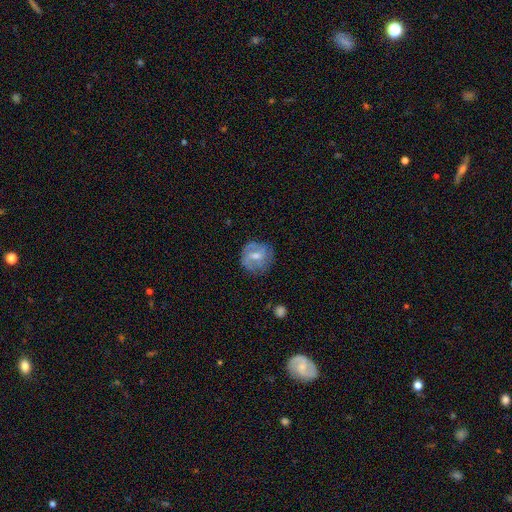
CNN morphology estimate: type=featured or disk (64%); edge-on=no (96%); bar=weak (51%); spiral arms=yes (80%); bulge=moderate (57%); merging=none (76%).